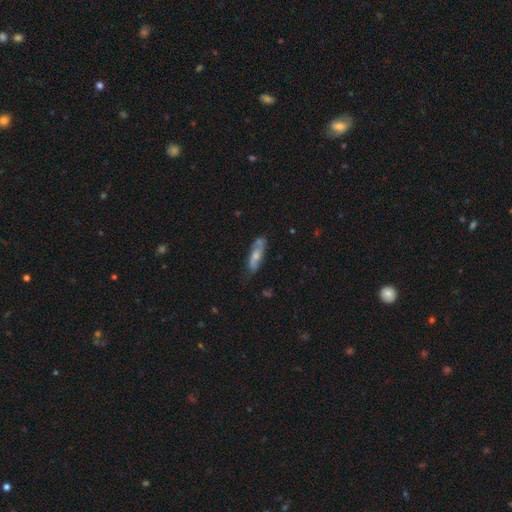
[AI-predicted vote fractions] The model was most divided on "how rounded": cigar-shaped: 53%, in between: 45%, round: 3%. More confident: merging — none (63%); smooth or featured — smooth (51%).